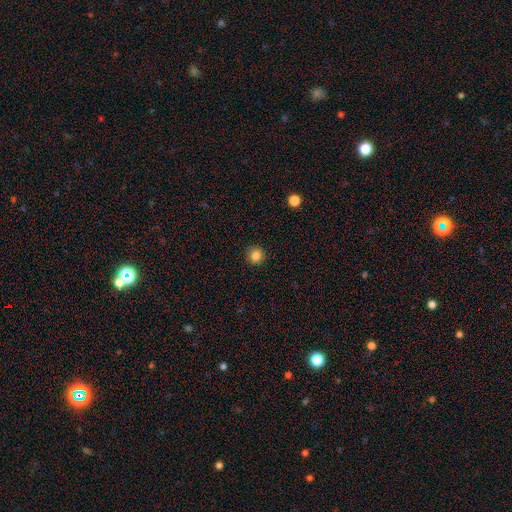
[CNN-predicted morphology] smooth-or-featured: smooth: 84% | star or artifact: 11% | featured or disk: 5%
  how-rounded: round: 93% | in between: 6% | cigar-shaped: 1%
  merging: none: 90% | minor disturbance: 7% | major disturbance: 2% | merger: 1%